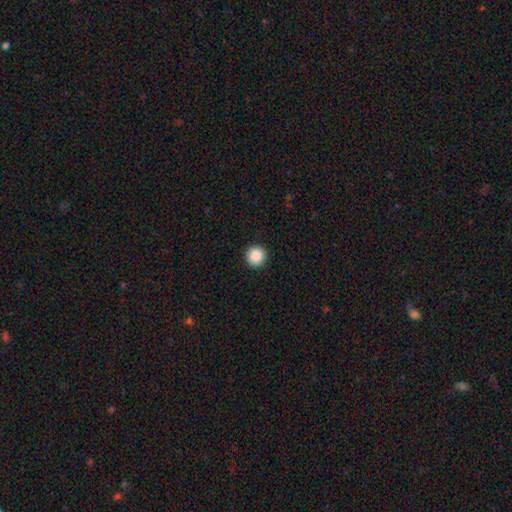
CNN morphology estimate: Smooth or featured?
  - smooth: 89% *
  - star or artifact: 9%
  - featured or disk: 3%
How rounded?
  - round: 95% *
  - in between: 4%
  - cigar-shaped: 1%
Merging?
  - none: 93% *
  - minor disturbance: 5%
  - major disturbance: 2%
  - merger: 1%